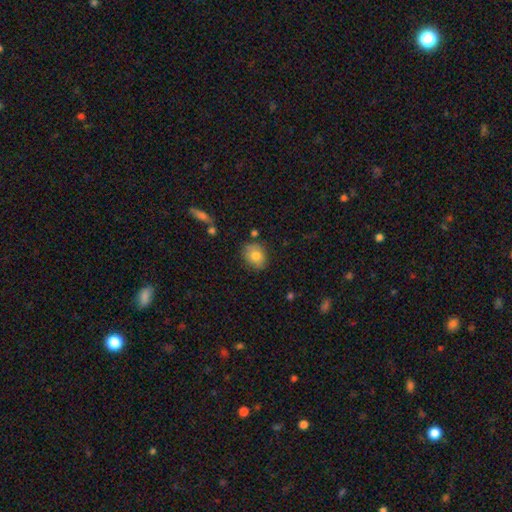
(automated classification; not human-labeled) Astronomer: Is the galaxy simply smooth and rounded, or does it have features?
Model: smooth — 78%.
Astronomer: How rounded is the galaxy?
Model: round — 53% (runner-up: in between, 46%).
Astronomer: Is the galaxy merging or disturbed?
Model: none — 79%.